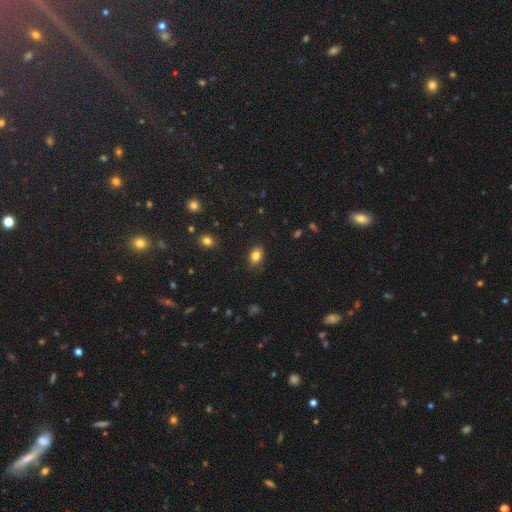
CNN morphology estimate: Smooth or featured? Predicted: smooth (p=0.82). How rounded? Predicted: in between (p=0.79). Merging? Predicted: none (p=0.83).